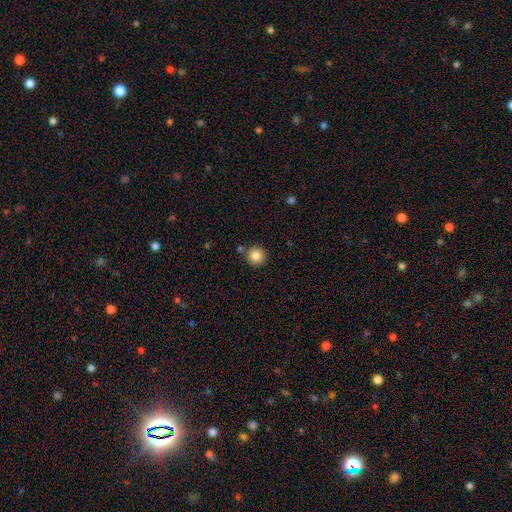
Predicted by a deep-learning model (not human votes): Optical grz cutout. It shows a smooth galaxy with no disk features (85%) that is round (94%). Merging: none (83%).